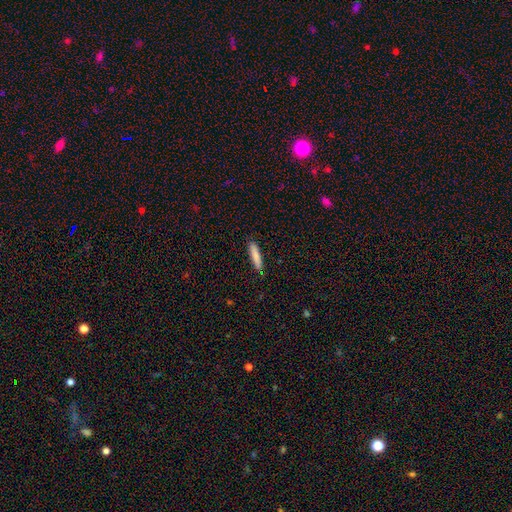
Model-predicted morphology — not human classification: Smooth or featured: smooth — 83% (featured or disk — 11%)
How rounded: cigar-shaped — 86% (in between — 13%)
Merging: none — 88% (minor disturbance — 9%)